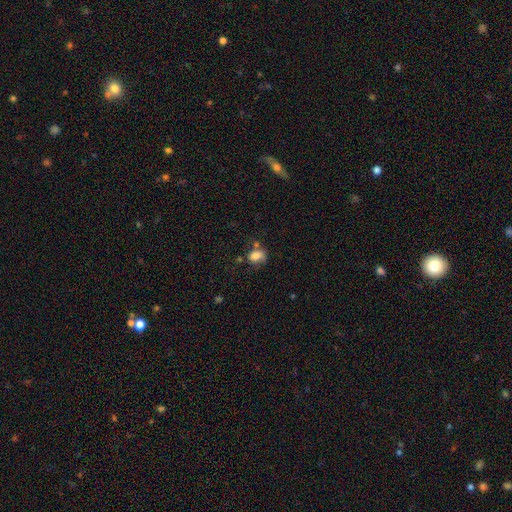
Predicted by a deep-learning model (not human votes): Q: Smooth or featured?
A: smooth (73%); runner-up: featured or disk (16%)
Q: How rounded?
A: in between (56%); runner-up: round (43%)
Q: Merging?
A: none (43%); runner-up: minor disturbance (28%)